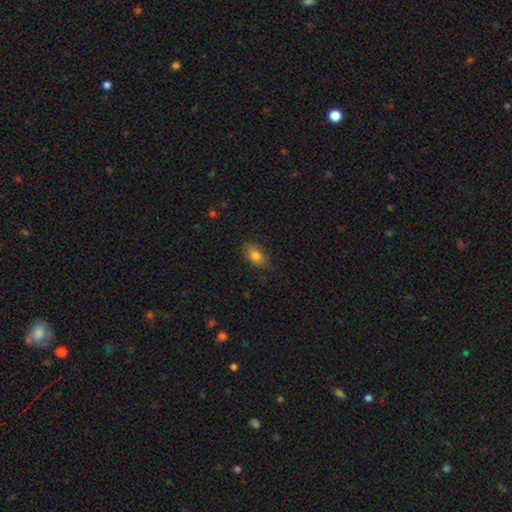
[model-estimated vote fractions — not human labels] The model was most divided on "merging": none: 77%, minor disturbance: 18%, major disturbance: 4%, merger: 1%. More confident: how rounded — in between (88%); smooth or featured — smooth (81%).